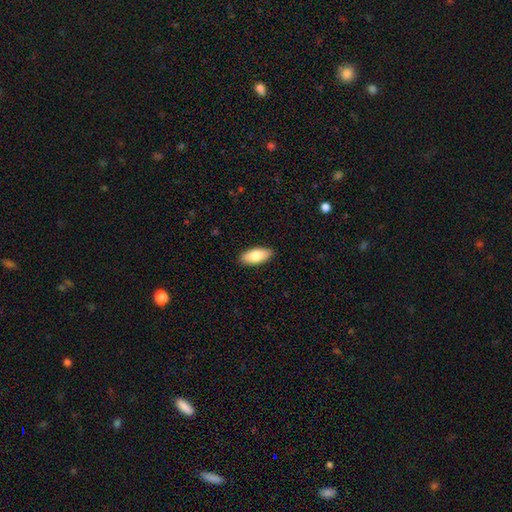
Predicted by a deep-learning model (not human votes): Smooth or featured: smooth — 81% (featured or disk — 13%)
How rounded: in between — 89% (cigar-shaped — 9%)
Merging: none — 90% (minor disturbance — 8%)